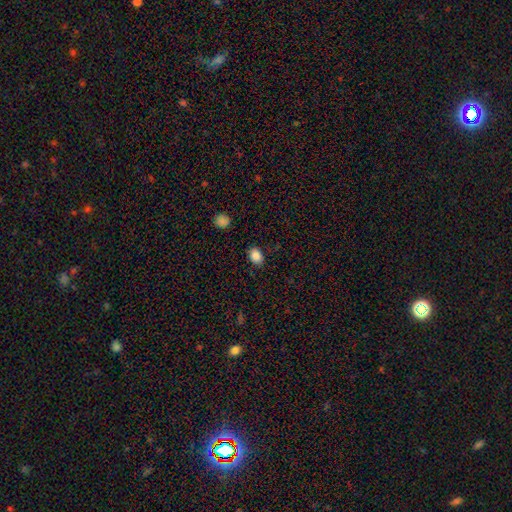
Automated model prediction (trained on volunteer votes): This is clearly a smooth galaxy (86%). How rounded: likely in between (70%). Merging: clearly none (86%).